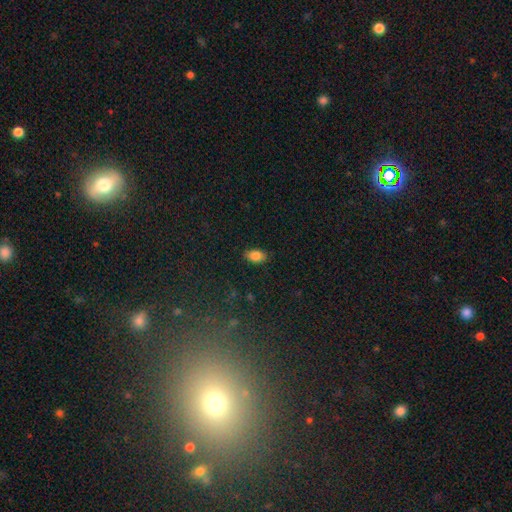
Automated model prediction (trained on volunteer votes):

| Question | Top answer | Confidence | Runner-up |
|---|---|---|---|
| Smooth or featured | smooth | 85% | star or artifact (9%) |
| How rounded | in between | 90% | round (8%) |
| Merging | none | 84% | minor disturbance (12%) |